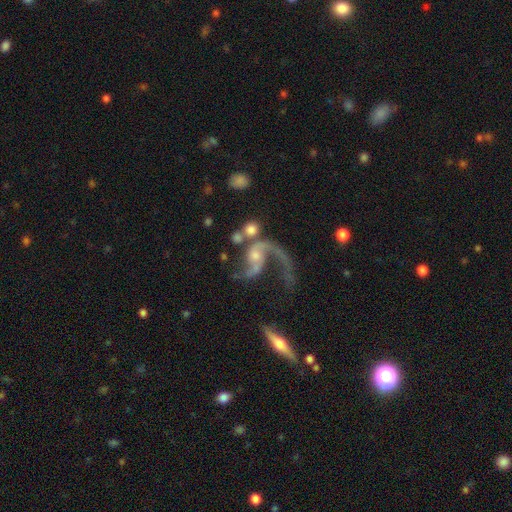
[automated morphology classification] Overall: featured or disk (86%). Edge-on disk: no (96%). Bar: no (60%; weak 31%). Spiral arms: yes (94%). Spiral arm count: 2 (74%). Spiral winding: loose (73%). Bulge size: small (47%; moderate 39%). Merging: none (36%; major disturbance 27%).